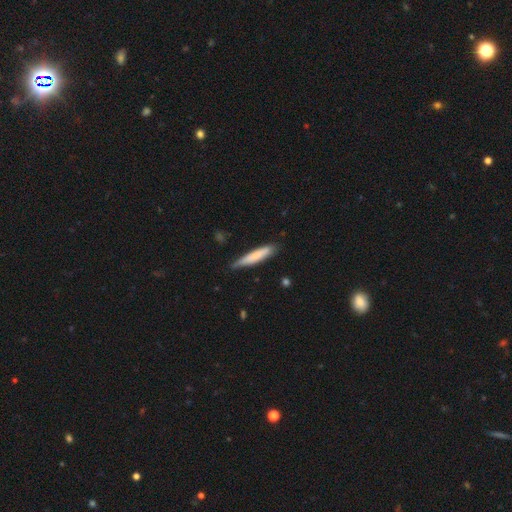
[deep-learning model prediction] This appears to be a smooth galaxy with no disk features (70%) that is cigar-shaped (90%). Merging: none (78%).